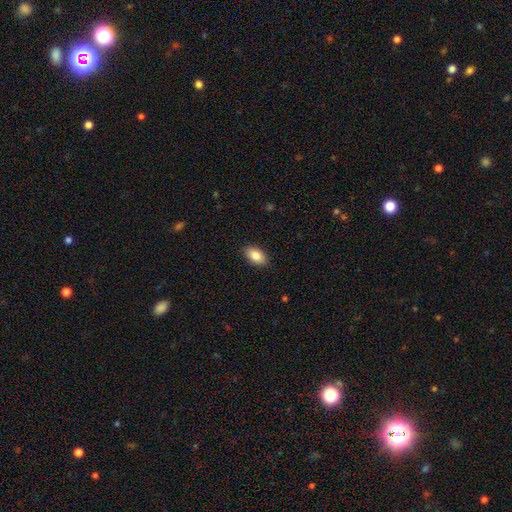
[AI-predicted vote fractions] This is clearly a smooth galaxy (86%). How rounded: clearly in between (92%). Merging: clearly none (89%).